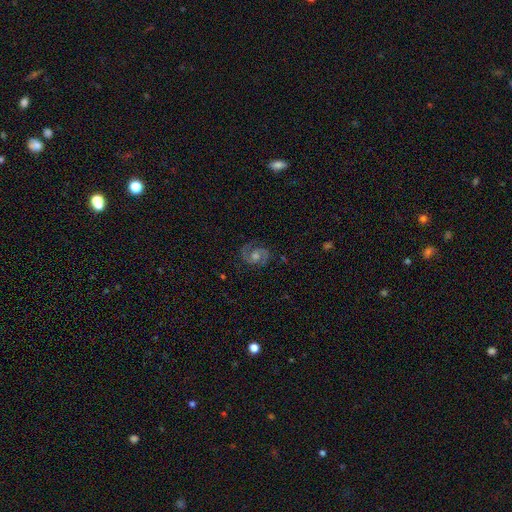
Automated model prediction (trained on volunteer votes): This appears to be a featured or disk galaxy (86%) with no bar (53%), 2 (92%) medium (54%) spiral arms (97%) and a moderate central bulge (65%). Merging: none (84%).